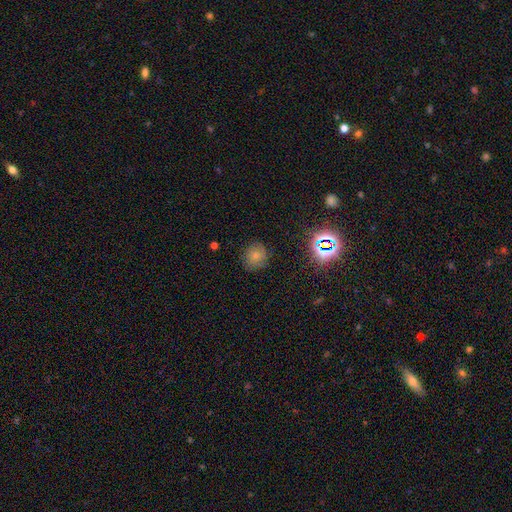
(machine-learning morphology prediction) The model was most divided on "smooth or featured": smooth: 67%, star or artifact: 19%, featured or disk: 13%. More confident: how rounded — round (85%); merging — none (80%).